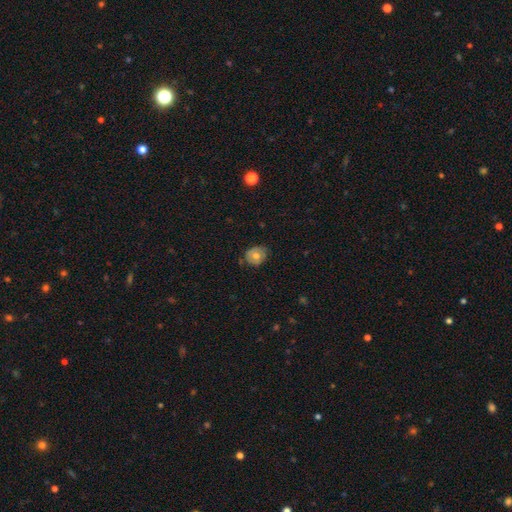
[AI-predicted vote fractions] The model was most divided on "smooth or featured": smooth: 61%, featured or disk: 30%, star or artifact: 9%. More confident: merging — none (73%); how rounded — round (66%).